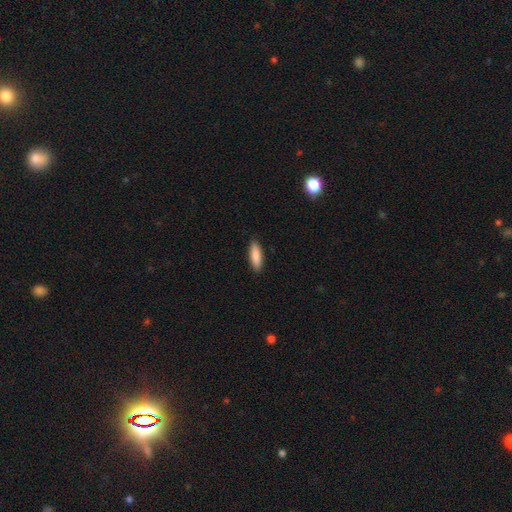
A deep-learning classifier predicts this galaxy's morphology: Smooth or featured?
  - smooth: 87% *
  - featured or disk: 7%
  - star or artifact: 6%
How rounded?
  - cigar-shaped: 50% *
  - in between: 49%
  - round: 2%
Merging?
  - none: 90% *
  - minor disturbance: 8%
  - major disturbance: 2%
  - merger: 1%